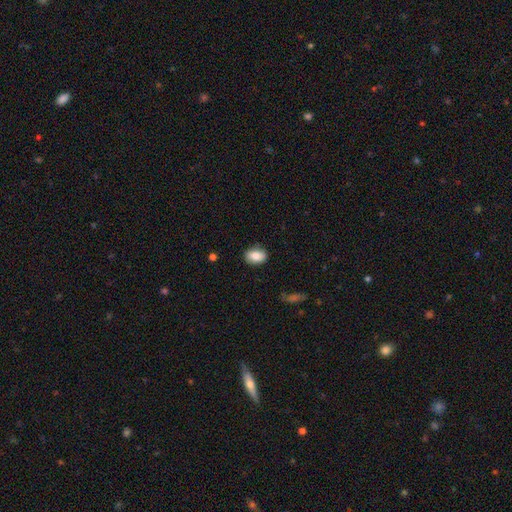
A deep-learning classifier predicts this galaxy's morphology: Smooth or featured? Predicted: smooth (p=0.82). How rounded? Predicted: in between (p=0.78). Merging? Predicted: none (p=0.82).